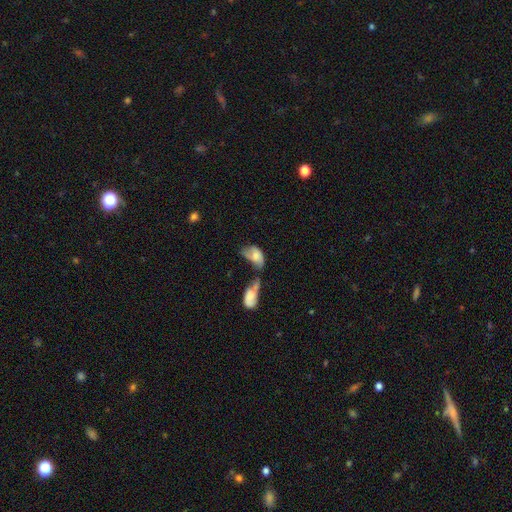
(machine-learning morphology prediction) Smooth or featured?
  - smooth: 66% *
  - featured or disk: 27%
  - star or artifact: 8%
How rounded?
  - in between: 91% *
  - round: 6%
  - cigar-shaped: 3%
Merging?
  - merger: 59% *
  - major disturbance: 19%
  - minor disturbance: 11%
  - none: 10%